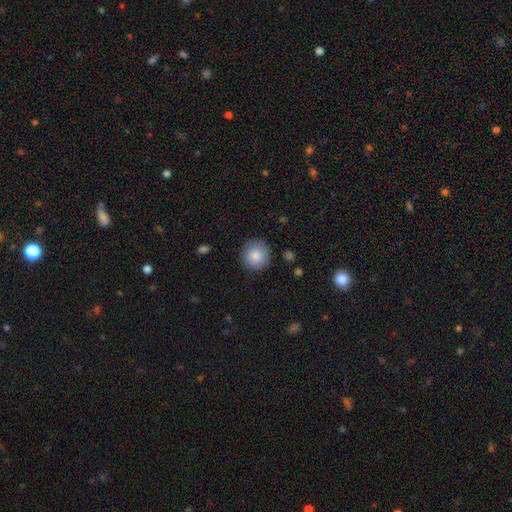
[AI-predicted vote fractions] Smooth or featured? Predicted: smooth (p=0.85). How rounded? Predicted: round (p=0.93). Merging? Predicted: none (p=0.88).